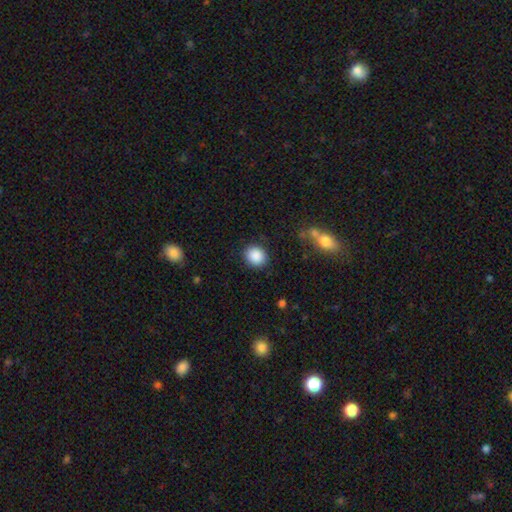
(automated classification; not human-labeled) Smooth or featured?
  - smooth: 89% *
  - star or artifact: 8%
  - featured or disk: 3%
How rounded?
  - round: 76% *
  - in between: 23%
  - cigar-shaped: 1%
Merging?
  - none: 88% *
  - minor disturbance: 8%
  - major disturbance: 3%
  - merger: 1%